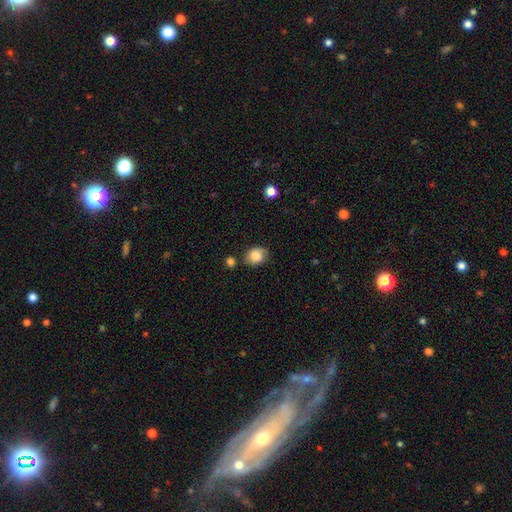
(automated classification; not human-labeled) A smooth galaxy with no disk features (80%) that is in between round and cigar-shaped (51%). Merging: none (69%).